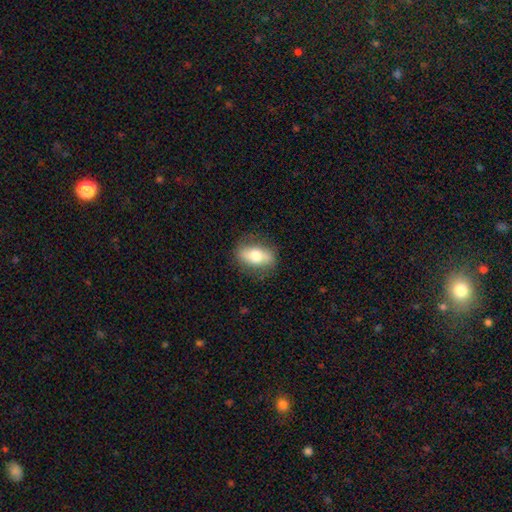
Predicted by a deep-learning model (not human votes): The model was most divided on "smooth or featured": smooth: 57%, featured or disk: 35%, star or artifact: 7%. More confident: merging — none (81%); how rounded — in between (81%).